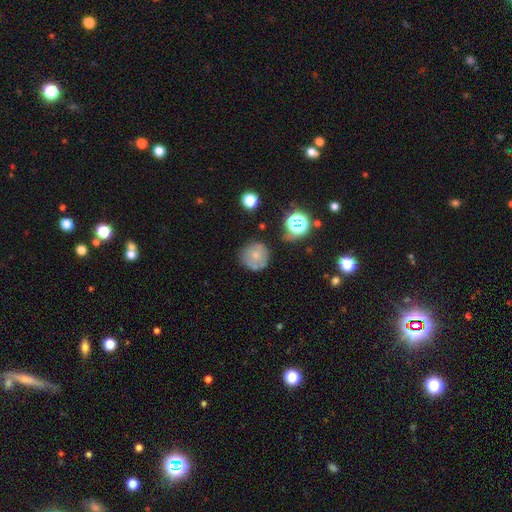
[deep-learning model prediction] Smooth or featured?
  - smooth: 62% *
  - featured or disk: 25%
  - star or artifact: 13%
How rounded?
  - round: 92% *
  - in between: 7%
  - cigar-shaped: 1%
Merging?
  - none: 67% *
  - minor disturbance: 22%
  - major disturbance: 7%
  - merger: 5%